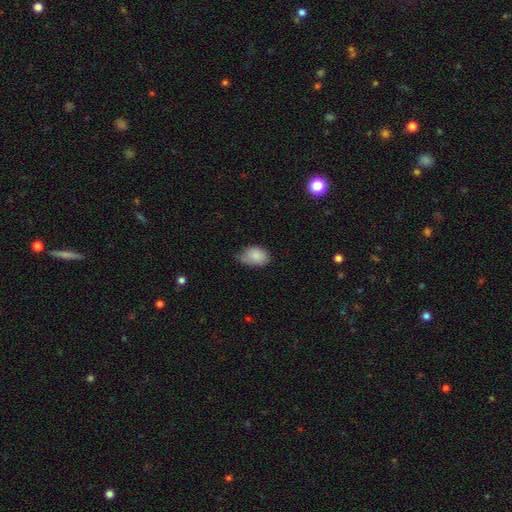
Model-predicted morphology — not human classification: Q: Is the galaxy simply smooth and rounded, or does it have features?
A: smooth — 85%.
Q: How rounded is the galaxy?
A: in between — 84%.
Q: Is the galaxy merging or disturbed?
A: none — 49%.